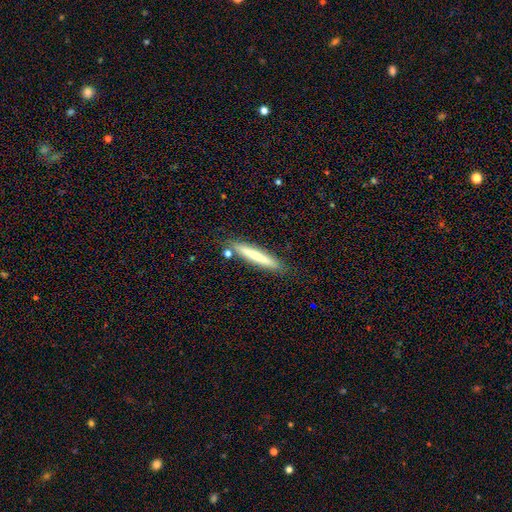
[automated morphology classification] This is likely a smooth galaxy (72%). How rounded: clearly cigar-shaped (94%). Merging: clearly none (84%).